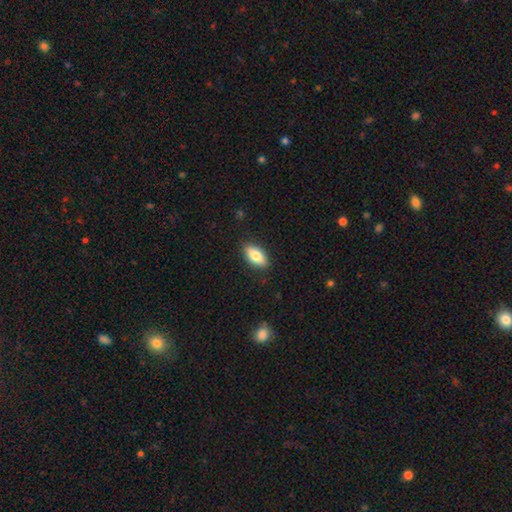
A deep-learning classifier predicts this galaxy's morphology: Smooth or featured? Predicted: smooth (p=0.79). How rounded? Predicted: in between (p=0.87). Merging? Predicted: none (p=0.87).